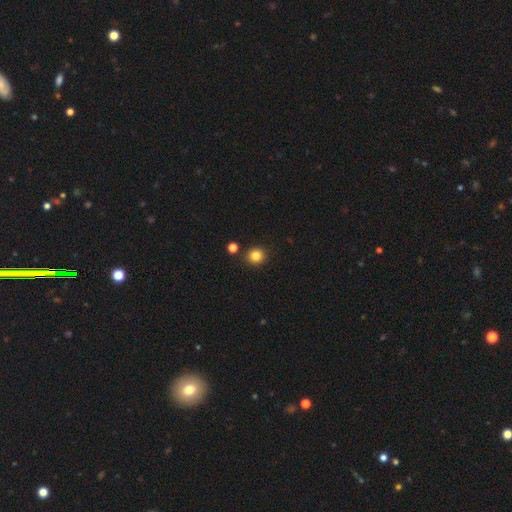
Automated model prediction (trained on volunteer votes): Smooth or featured? smooth (83%)
How rounded? round (90%)
Merging? none (88%)